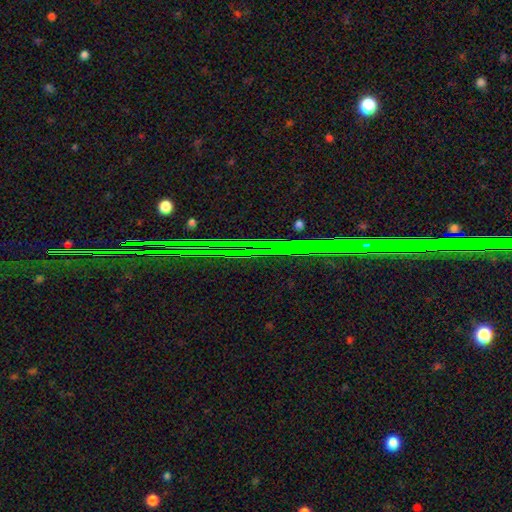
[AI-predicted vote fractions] A star or artifact, not a galaxy (78%).